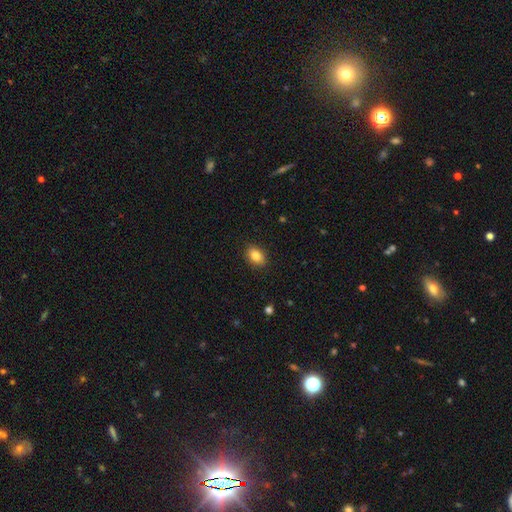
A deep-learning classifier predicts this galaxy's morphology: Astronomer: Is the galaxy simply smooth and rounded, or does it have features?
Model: smooth — 84%.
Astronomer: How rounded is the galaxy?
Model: in between — 79%.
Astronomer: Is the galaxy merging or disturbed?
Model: none — 89%.